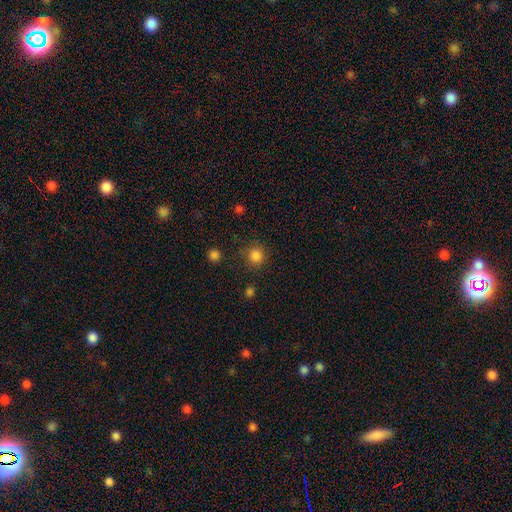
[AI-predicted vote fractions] smooth_or_featured: smooth (p=0.84) [alt: star or artifact p=0.12]
how_rounded: round (p=0.93) [alt: in between p=0.06]
merging: none (p=0.84) [alt: minor disturbance p=0.10]